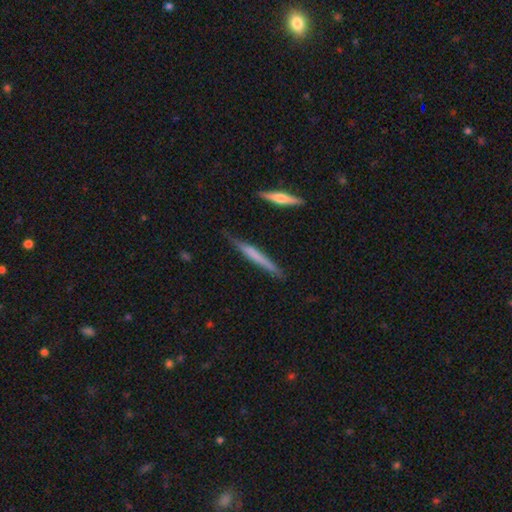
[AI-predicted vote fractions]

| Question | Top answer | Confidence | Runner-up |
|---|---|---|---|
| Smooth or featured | smooth | 50% | featured or disk (44%) |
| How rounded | cigar-shaped | 96% | in between (3%) |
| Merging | none | 81% | minor disturbance (15%) |